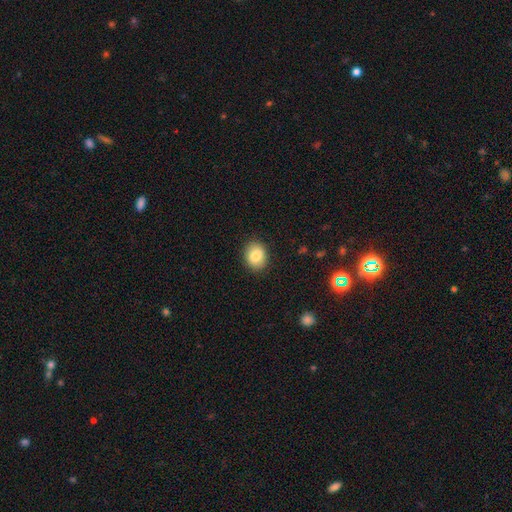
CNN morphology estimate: Smooth or featured: smooth — 85% (star or artifact — 8%)
How rounded: in between — 52% (round — 47%)
Merging: none — 88% (minor disturbance — 8%)